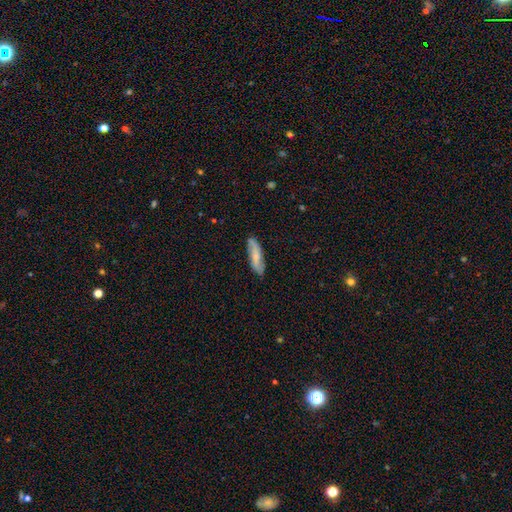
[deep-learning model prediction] Smooth or featured? Predicted: smooth (p=0.57). How rounded? Predicted: cigar-shaped (p=0.63). Merging? Predicted: none (p=0.83).